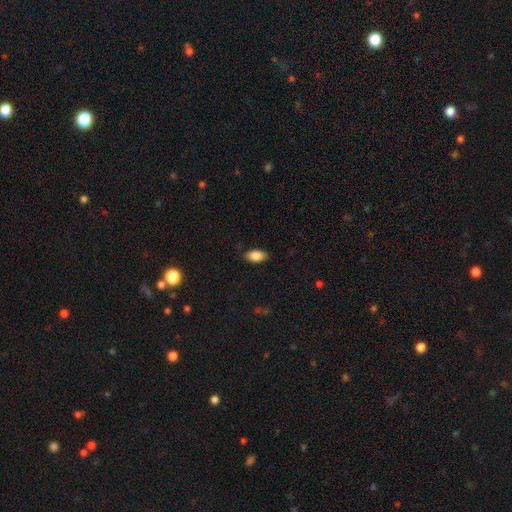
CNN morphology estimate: Q: Smooth or featured?
A: smooth (85%); runner-up: featured or disk (8%)
Q: How rounded?
A: in between (91%); runner-up: cigar-shaped (5%)
Q: Merging?
A: none (85%); runner-up: minor disturbance (11%)